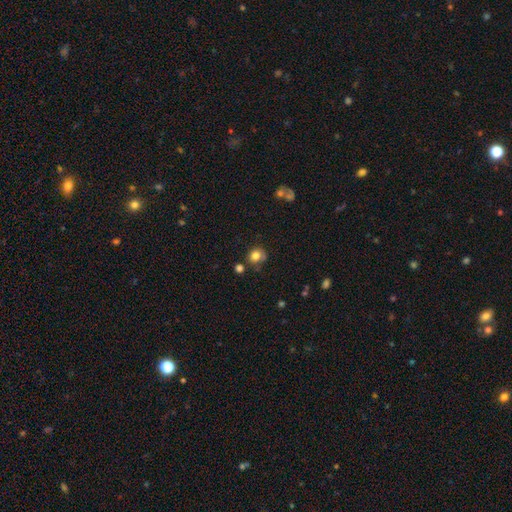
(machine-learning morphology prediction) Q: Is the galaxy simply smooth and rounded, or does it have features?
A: smooth — 79%.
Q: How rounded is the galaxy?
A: round — 79%.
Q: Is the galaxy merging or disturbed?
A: none — 67%.